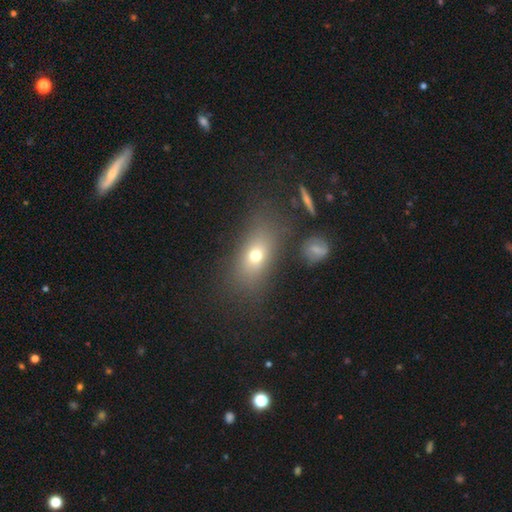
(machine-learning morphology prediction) A smooth galaxy with no disk features (67%) that is in between round and cigar-shaped (72%). Merging: none (74%).